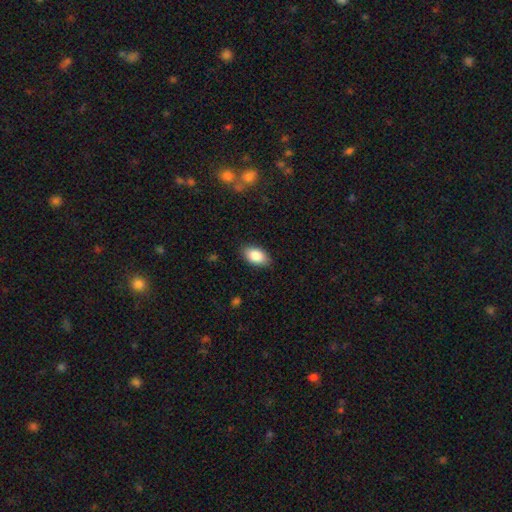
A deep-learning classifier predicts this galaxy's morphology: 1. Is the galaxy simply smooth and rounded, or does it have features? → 86% smooth, 7% featured or disk, 7% star or artifact.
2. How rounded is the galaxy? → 92% in between, 5% round, 2% cigar-shaped.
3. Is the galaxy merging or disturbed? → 85% none, 11% minor disturbance, 2% major disturbance, 1% merger.